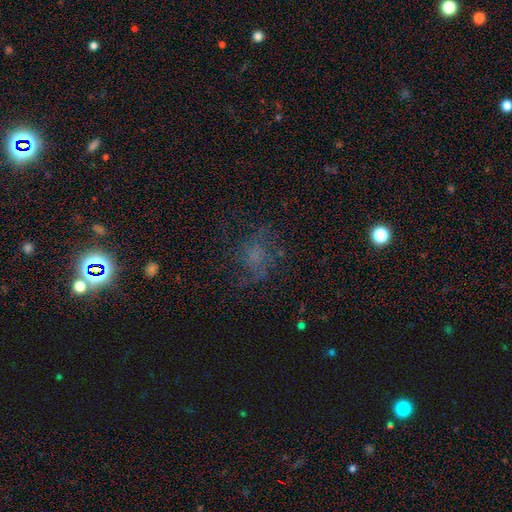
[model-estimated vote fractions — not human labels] Q: Smooth or featured?
A: smooth (38%); runner-up: featured or disk (37%)
Q: Merging?
A: none (59%); runner-up: major disturbance (20%)